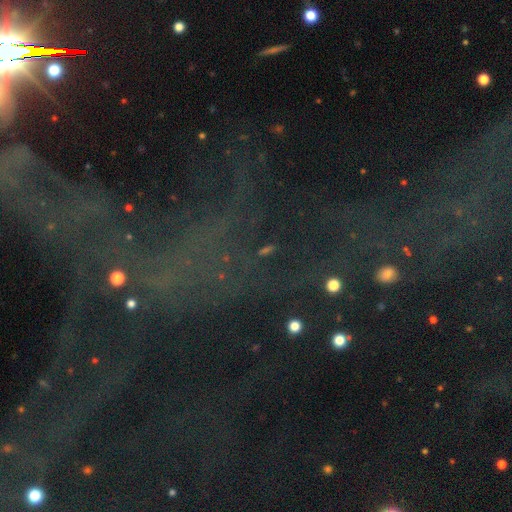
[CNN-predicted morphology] type=star or artifact (74%).